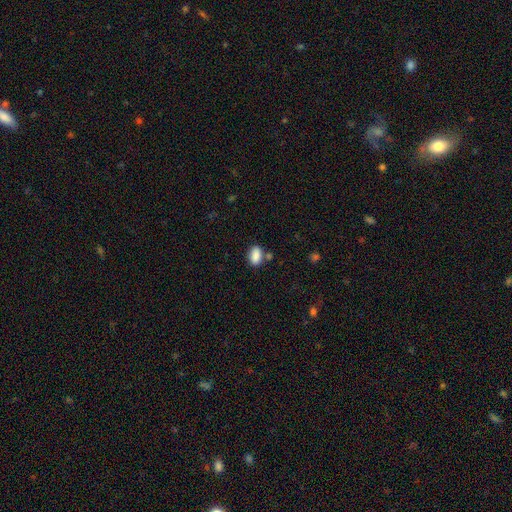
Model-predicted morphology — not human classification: Smooth or featured? Predicted: smooth (p=0.88). How rounded? Predicted: in between (p=0.89). Merging? Predicted: none (p=0.72).